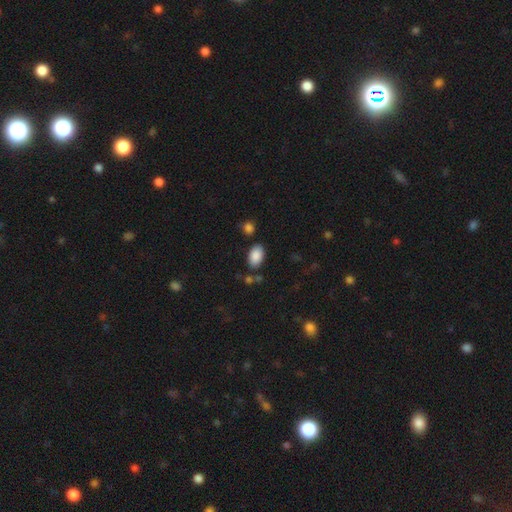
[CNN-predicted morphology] A smooth galaxy with no disk features (88%) that is in between round and cigar-shaped (92%).

Vote fractions:
- Smooth or featured? smooth: 88% / star or artifact: 7% / featured or disk: 4%
- How rounded? in between: 92% / round: 6% / cigar-shaped: 1%
- Merging? none: 79% / minor disturbance: 11% / merger: 6% / major disturbance: 3%